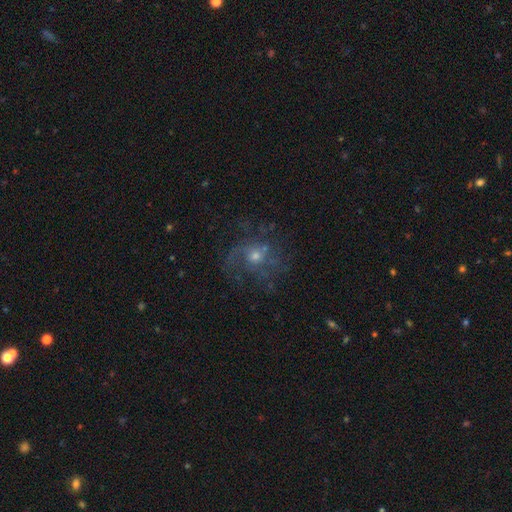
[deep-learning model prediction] Smooth or featured?
  - featured or disk: 62% *
  - smooth: 21%
  - star or artifact: 16%
Edge-on disk?
  - no: 97% *
  - yes: 3%
Bar?
  - no: 80% *
  - weak: 18%
  - strong: 3%
Spiral arms?
  - yes: 75% *
  - no: 25%
Bulge size?
  - moderate: 52% *
  - small: 40%
  - large: 4%
  - none: 3%
  - dominant: 1%
Merging?
  - none: 61% *
  - major disturbance: 19%
  - minor disturbance: 17%
  - merger: 2%